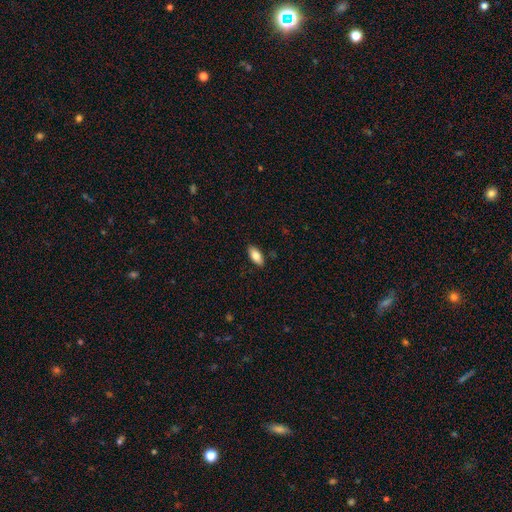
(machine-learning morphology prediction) smooth_or_featured: smooth (p=0.81) [alt: featured or disk p=0.13]
how_rounded: in between (p=0.88) [alt: cigar-shaped p=0.10]
merging: none (p=0.88) [alt: minor disturbance p=0.09]